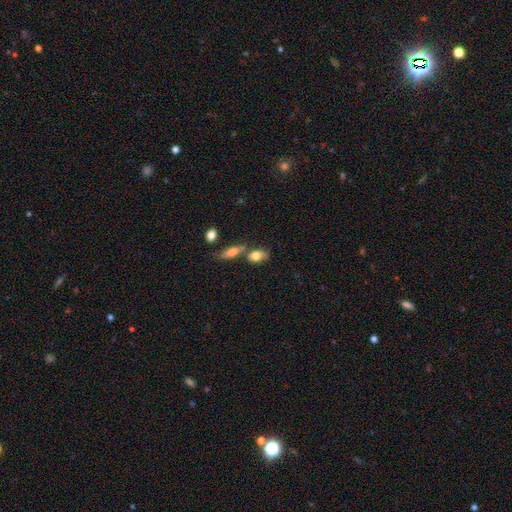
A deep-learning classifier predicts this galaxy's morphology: This appears to be a smooth galaxy with no disk features (77%) that is in between round and cigar-shaped (75%). Merging: none (39%, tied with merger).